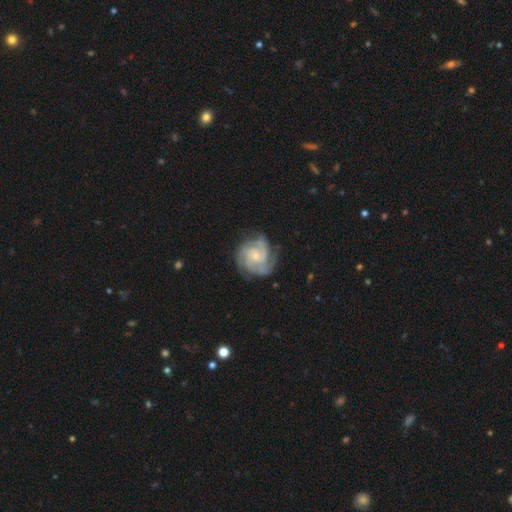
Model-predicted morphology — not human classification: Smooth or featured? Predicted: featured or disk (p=0.90). Edge-on disk? Predicted: no (p=0.98). Bar? Predicted: no (p=0.70). Spiral arms? Predicted: yes (p=0.98). Spiral winding? Predicted: tight (p=0.67). Spiral arm count? Predicted: 3 (p=0.49). Bulge size? Predicted: small (p=0.68). Merging? Predicted: none (p=0.75).